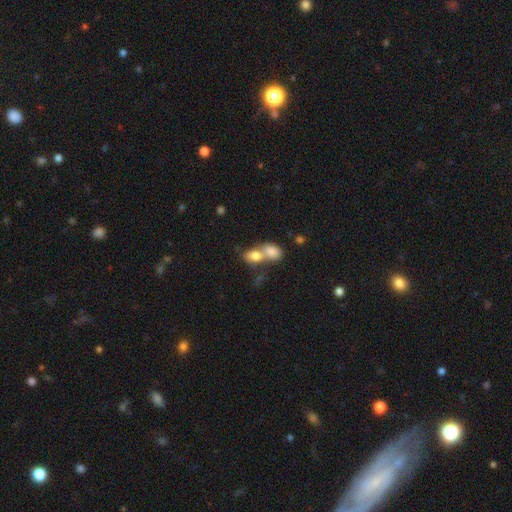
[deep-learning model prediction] This appears to be a smooth galaxy with no disk features (79%) that is in between round and cigar-shaped (76%). Merging: merger (70%).